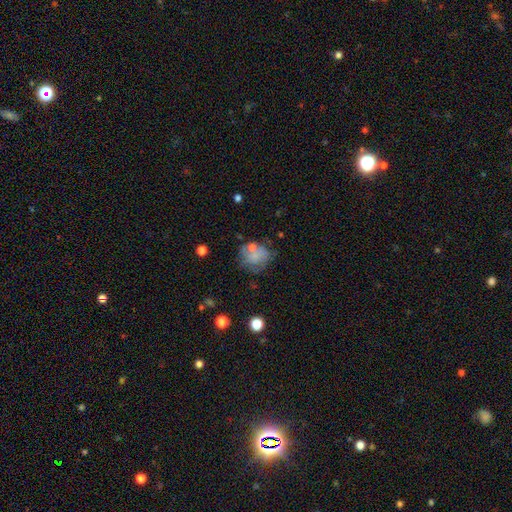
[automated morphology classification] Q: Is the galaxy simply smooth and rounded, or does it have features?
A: smooth — 60%.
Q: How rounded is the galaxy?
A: round — 71%.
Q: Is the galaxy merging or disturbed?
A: none — 46%.